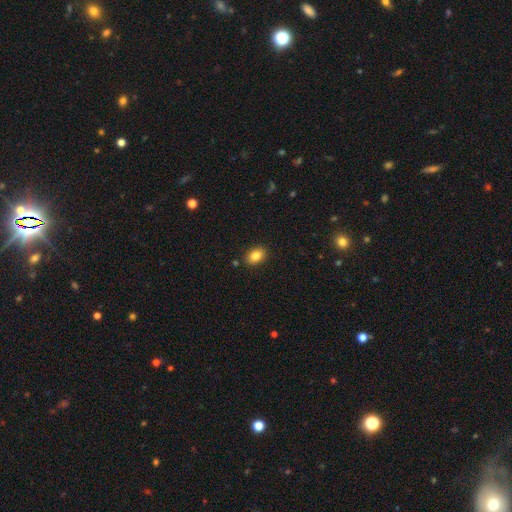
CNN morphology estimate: Smooth or featured?
  - smooth: 84% *
  - star or artifact: 9%
  - featured or disk: 7%
How rounded?
  - in between: 81% *
  - round: 18%
  - cigar-shaped: 1%
Merging?
  - none: 88% *
  - minor disturbance: 8%
  - major disturbance: 2%
  - merger: 2%